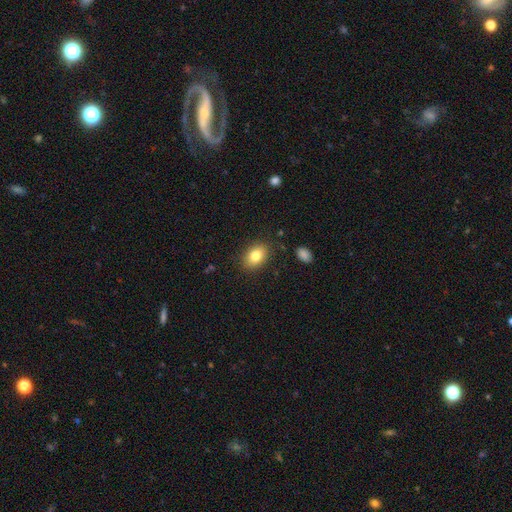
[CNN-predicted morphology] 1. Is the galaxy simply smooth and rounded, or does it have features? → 81% smooth, 10% featured or disk, 9% star or artifact.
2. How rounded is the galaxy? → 80% in between, 18% round, 1% cigar-shaped.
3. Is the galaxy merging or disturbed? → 85% none, 10% minor disturbance, 3% major disturbance, 2% merger.